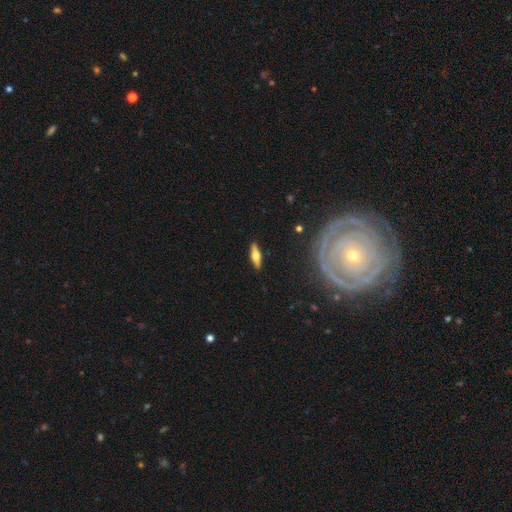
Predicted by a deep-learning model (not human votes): Overall: featured or disk (52%; smooth 41%). Edge-on disk: yes (91%). Merging: none (89%).